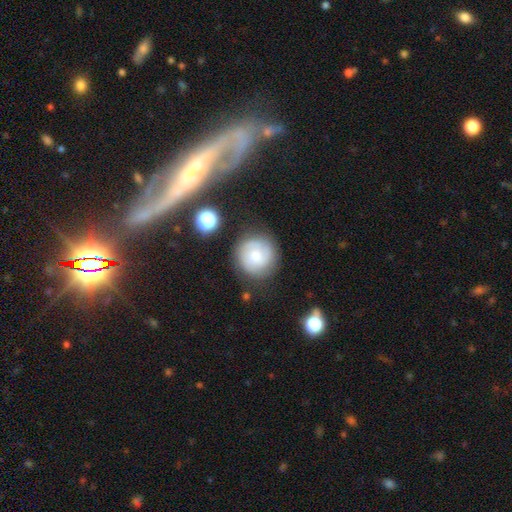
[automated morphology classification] type=featured or disk (51%); edge-on=no (98%); merging=none (78%).